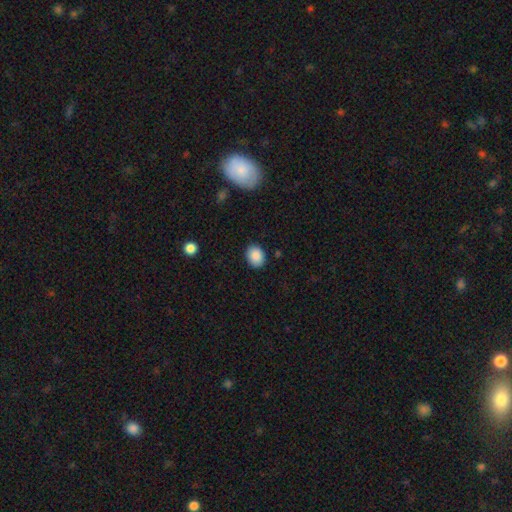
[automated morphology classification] Smooth or featured?
  - smooth: 88% *
  - star or artifact: 8%
  - featured or disk: 4%
How rounded?
  - in between: 60% *
  - round: 39%
  - cigar-shaped: 1%
Merging?
  - none: 86% *
  - minor disturbance: 10%
  - major disturbance: 2%
  - merger: 1%